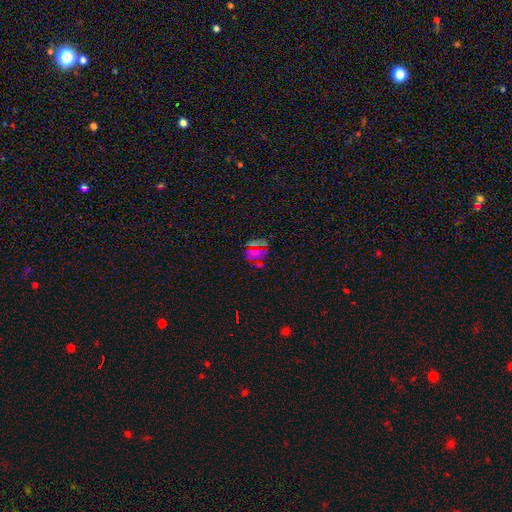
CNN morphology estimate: Smooth or featured? Predicted: smooth (p=0.53). How rounded? Predicted: round (p=0.56). Merging? Predicted: none (p=0.73).